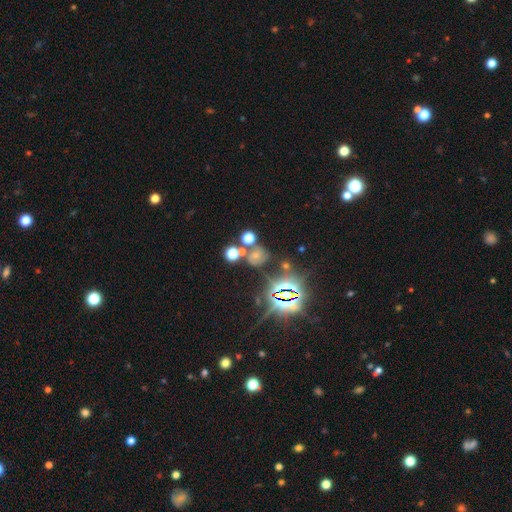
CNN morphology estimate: smooth-or-featured: star or artifact: 43% | smooth: 34% | featured or disk: 23%